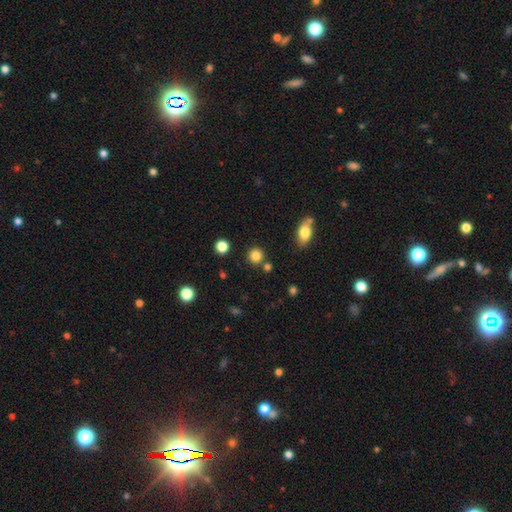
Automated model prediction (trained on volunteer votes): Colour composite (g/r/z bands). It shows a smooth galaxy with no disk features (84%) that is round (90%). Merging: none (84%).